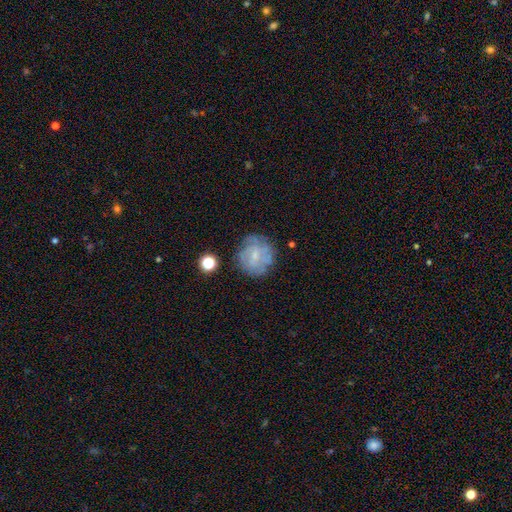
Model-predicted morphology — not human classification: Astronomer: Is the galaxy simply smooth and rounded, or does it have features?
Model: featured or disk — 50% (runner-up: smooth, 39%).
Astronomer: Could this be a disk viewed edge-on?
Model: no — 97%.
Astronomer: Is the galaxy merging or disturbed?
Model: none — 66%.